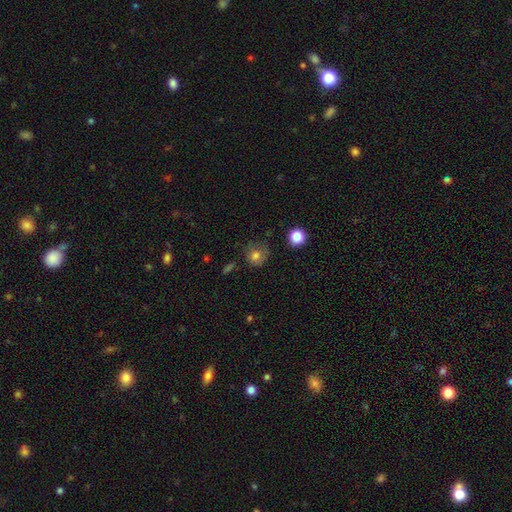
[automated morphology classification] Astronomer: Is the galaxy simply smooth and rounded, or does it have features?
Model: smooth — 77%.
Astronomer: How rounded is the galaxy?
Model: round — 85%.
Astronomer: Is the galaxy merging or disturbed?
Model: none — 64%.